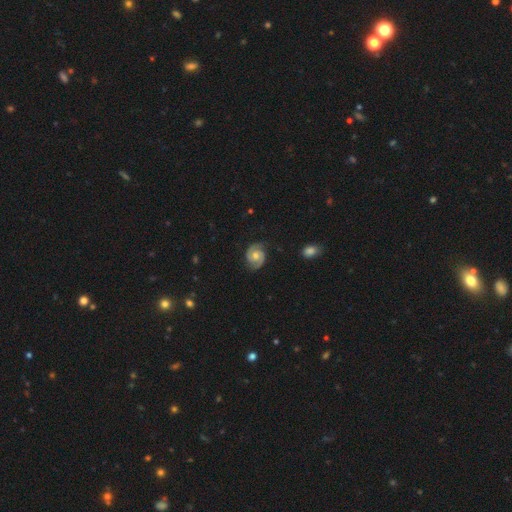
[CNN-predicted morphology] Overall: featured or disk (79%). Edge-on disk: no (98%). Bar: no (68%). Spiral arms: yes (96%). Spiral arm count: 2 (92%). Spiral winding: tight (44%; medium 43%). Bulge size: moderate (69%). Merging: none (79%).